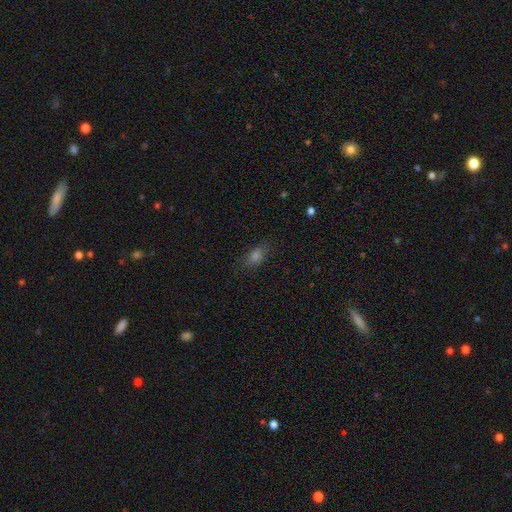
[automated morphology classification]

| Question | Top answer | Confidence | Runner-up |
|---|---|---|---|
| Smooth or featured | smooth | 67% | star or artifact (21%) |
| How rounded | in between | 74% | round (16%) |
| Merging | none | 81% | minor disturbance (13%) |